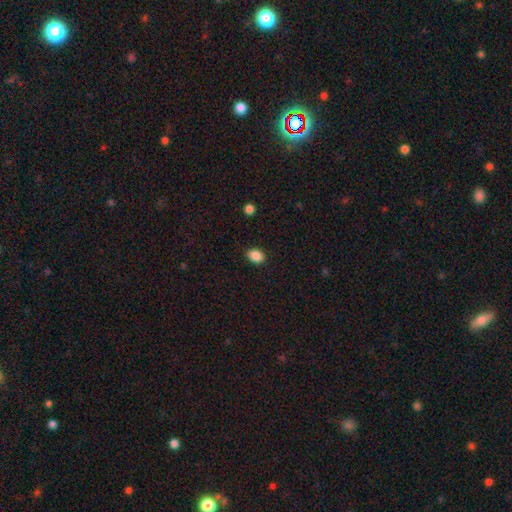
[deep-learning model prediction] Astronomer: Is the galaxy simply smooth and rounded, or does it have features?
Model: smooth — 88%.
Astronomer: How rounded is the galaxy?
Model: in between — 70%.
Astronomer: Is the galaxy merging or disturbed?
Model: none — 88%.